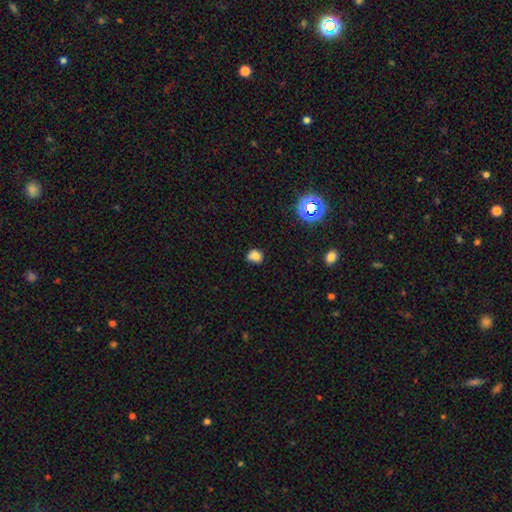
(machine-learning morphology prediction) Smooth or featured? Predicted: smooth (p=0.79). How rounded? Predicted: round (p=0.63). Merging? Predicted: none (p=0.69).